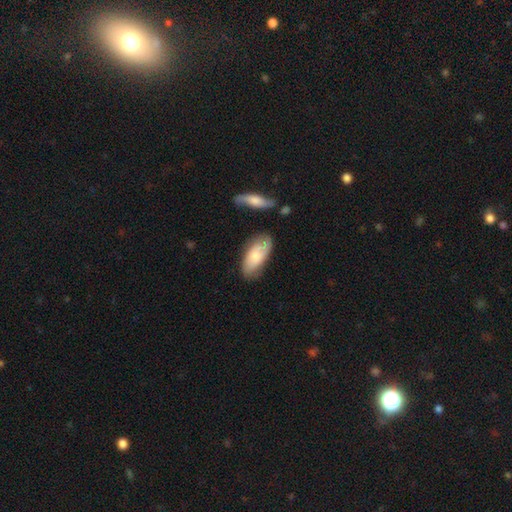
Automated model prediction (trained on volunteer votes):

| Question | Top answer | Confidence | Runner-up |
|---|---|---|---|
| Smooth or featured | smooth | 64% | featured or disk (31%) |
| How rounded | in between | 89% | cigar-shaped (9%) |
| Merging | none | 66% | minor disturbance (24%) |